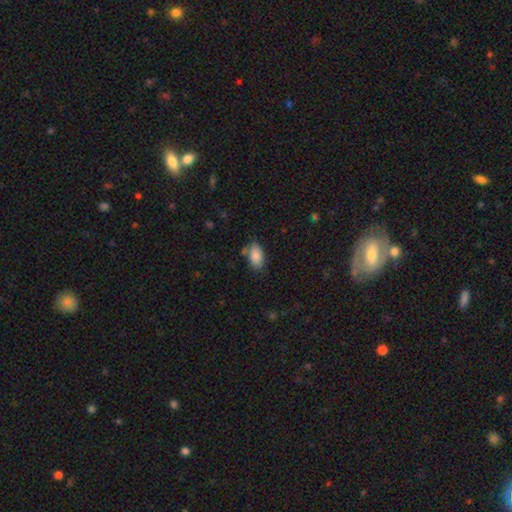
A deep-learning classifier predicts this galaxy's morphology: Q: Smooth or featured?
A: smooth (87%); runner-up: star or artifact (7%)
Q: How rounded?
A: in between (93%); runner-up: round (5%)
Q: Merging?
A: none (72%); runner-up: minor disturbance (18%)